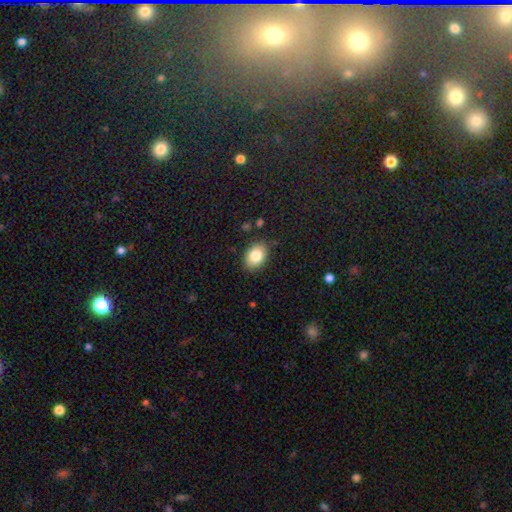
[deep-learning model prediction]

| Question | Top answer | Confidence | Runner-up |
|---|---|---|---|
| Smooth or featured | smooth | 83% | featured or disk (9%) |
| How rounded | in between | 76% | round (23%) |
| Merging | none | 86% | minor disturbance (10%) |